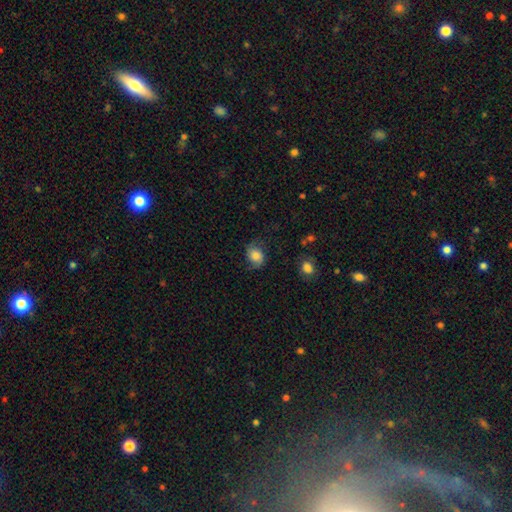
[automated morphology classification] Smooth or featured? Predicted: smooth (p=0.71). How rounded? Predicted: in between (p=0.50). Merging? Predicted: none (p=0.67).